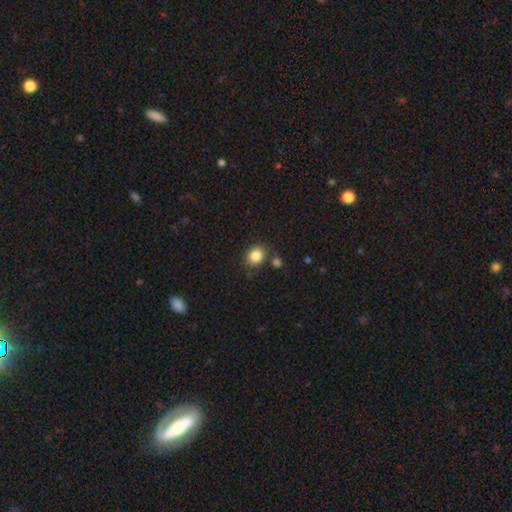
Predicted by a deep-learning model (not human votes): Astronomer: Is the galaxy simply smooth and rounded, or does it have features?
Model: smooth — 84%.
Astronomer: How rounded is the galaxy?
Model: round — 69%.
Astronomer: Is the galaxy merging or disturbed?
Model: none — 76%.